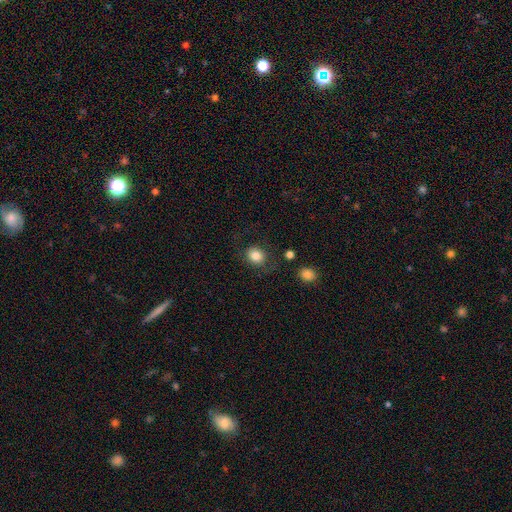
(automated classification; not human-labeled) This appears to be a smooth galaxy with no disk features (83%) that is round (68%). Merging: none (77%).